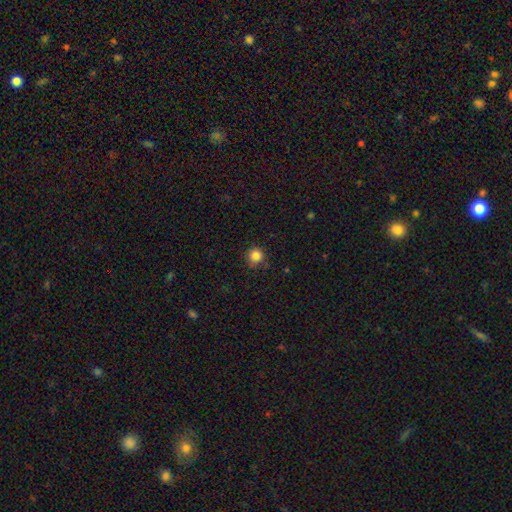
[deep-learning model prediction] A smooth galaxy with no disk features (85%) that is round (94%).

Vote fractions:
- Smooth or featured? smooth: 85% / star or artifact: 11% / featured or disk: 4%
- How rounded? round: 94% / in between: 5% / cigar-shaped: 1%
- Merging? none: 85% / minor disturbance: 11% / major disturbance: 3% / merger: 1%